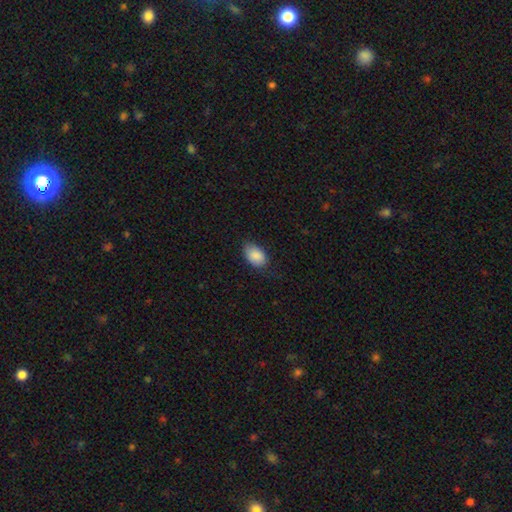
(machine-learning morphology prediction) The model was most divided on "merging": none: 71%, minor disturbance: 24%, major disturbance: 4%, merger: 1%. More confident: smooth or featured — smooth (88%); how rounded — in between (88%).